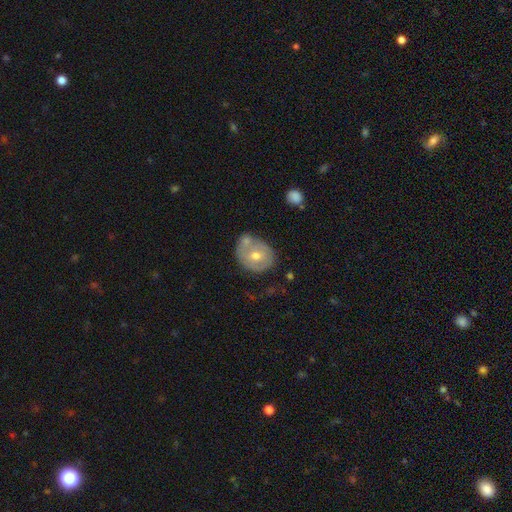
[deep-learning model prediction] The model was most divided on "smooth or featured": smooth: 49%, featured or disk: 43%, star or artifact: 8%. Remaining: merging — none (45%).